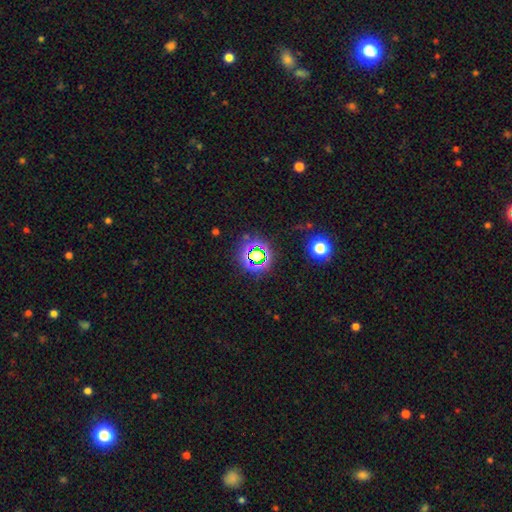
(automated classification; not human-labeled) Smooth or featured? Predicted: star or artifact (p=0.68).